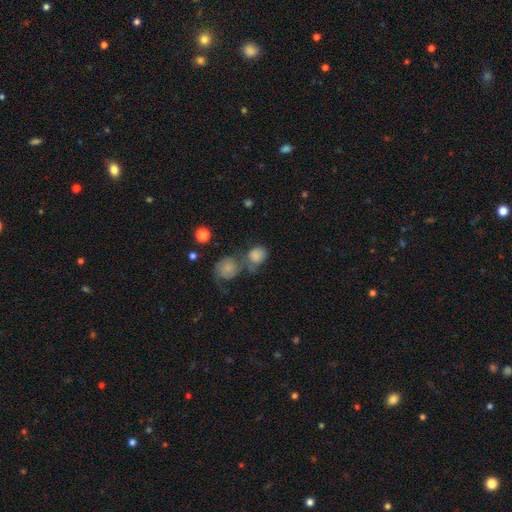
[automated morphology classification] The model was most divided on "merging": merger: 48%, none: 31%, minor disturbance: 12%, major disturbance: 9%. More confident: smooth or featured — smooth (75%); how rounded — round (70%).